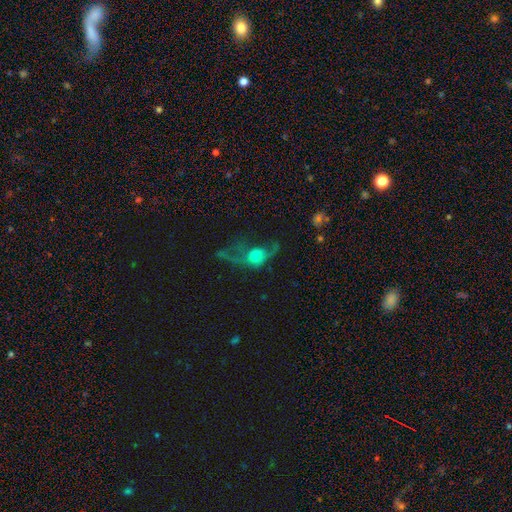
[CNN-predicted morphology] This appears to be a smooth galaxy with no disk features (46%). Merging: major disturbance (59%).